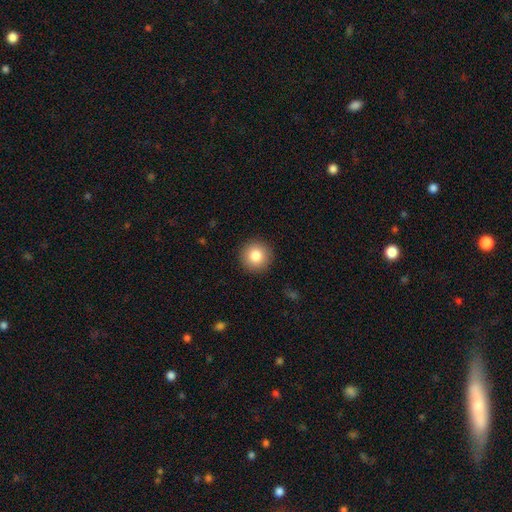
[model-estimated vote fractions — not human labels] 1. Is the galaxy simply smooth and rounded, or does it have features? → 82% smooth, 10% star or artifact, 8% featured or disk.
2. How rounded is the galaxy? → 96% round, 3% in between, 1% cigar-shaped.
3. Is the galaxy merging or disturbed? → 93% none, 5% minor disturbance, 2% major disturbance, 1% merger.